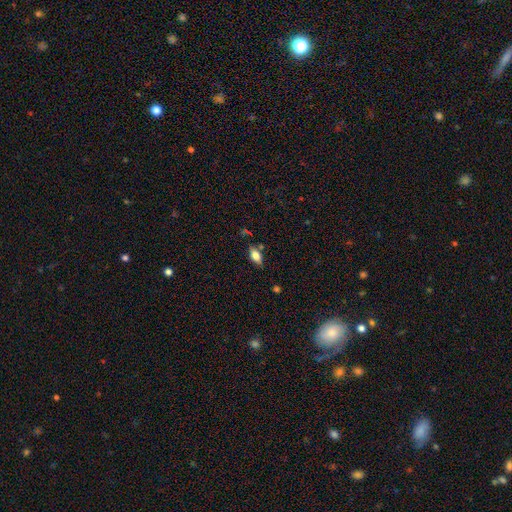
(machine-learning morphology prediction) Smooth or featured: smooth — 69% (featured or disk — 22%)
How rounded: in between — 85% (cigar-shaped — 10%)
Merging: none — 75% (minor disturbance — 16%)